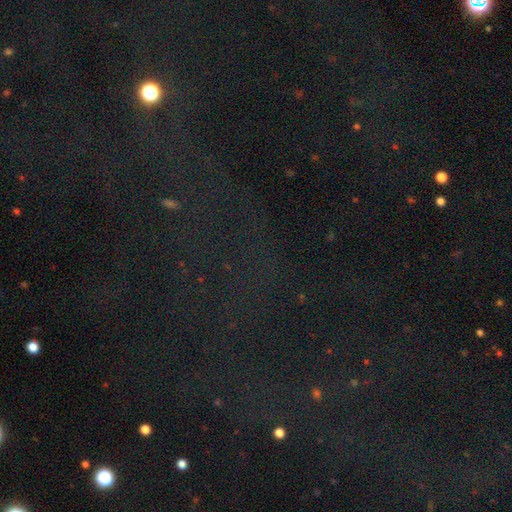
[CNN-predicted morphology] This appears to be a star or artifact, not a galaxy (77%).